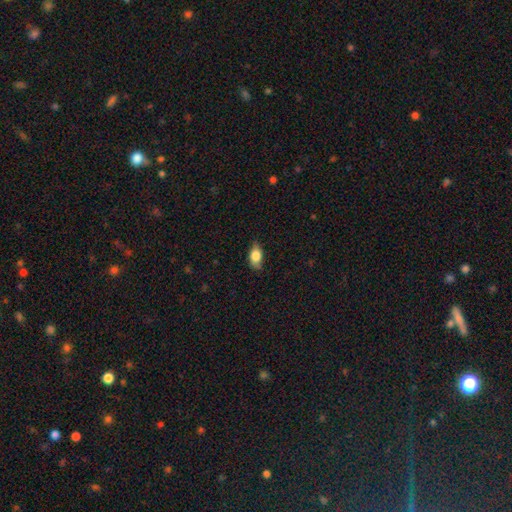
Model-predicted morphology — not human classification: Smooth or featured? smooth (81%)
How rounded? in between (87%)
Merging? none (72%)